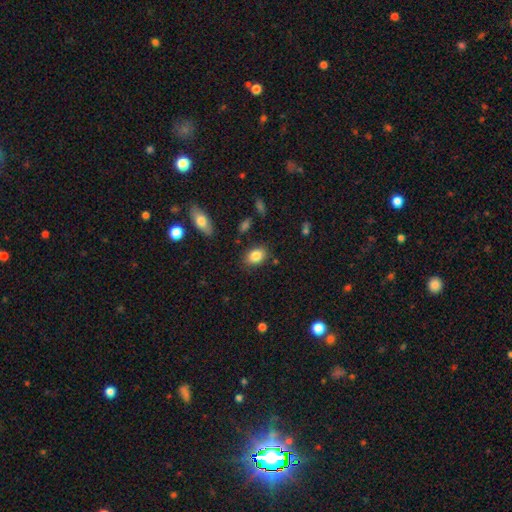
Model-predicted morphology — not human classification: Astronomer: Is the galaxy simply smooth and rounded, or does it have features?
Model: smooth — 85%.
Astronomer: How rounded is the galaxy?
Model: in between — 83%.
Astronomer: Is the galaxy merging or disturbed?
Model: none — 82%.